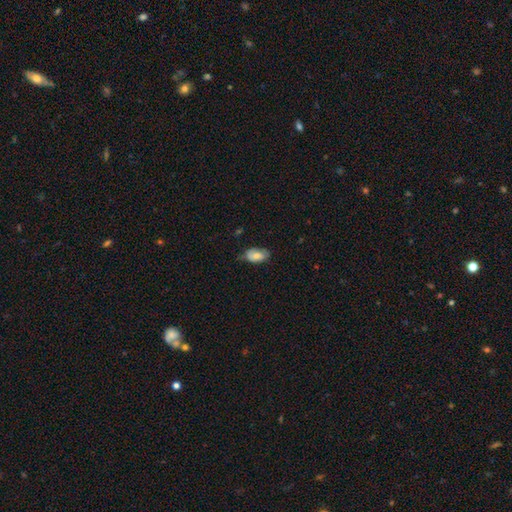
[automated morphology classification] type=smooth (72%); roundness=in between (93%); merging=none (63%).